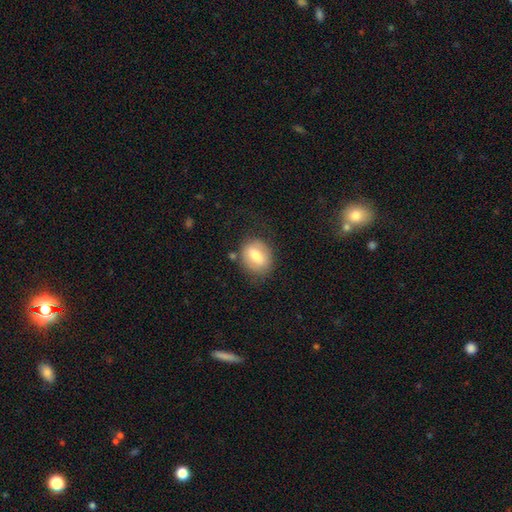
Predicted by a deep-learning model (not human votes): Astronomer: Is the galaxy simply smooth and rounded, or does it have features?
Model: smooth — 65%.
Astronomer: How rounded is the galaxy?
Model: in between — 52% (runner-up: round, 47%).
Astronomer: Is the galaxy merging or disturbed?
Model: none — 74%.